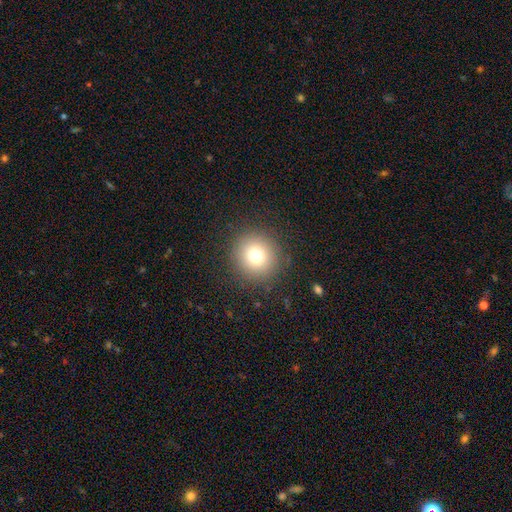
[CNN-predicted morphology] Overall: smooth (76%). How rounded: round (94%). Merging: none (89%).